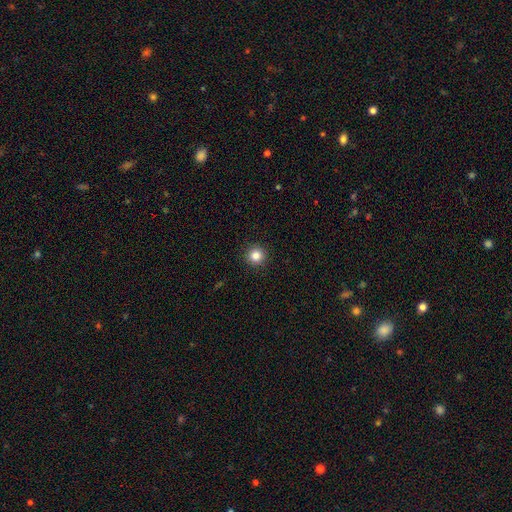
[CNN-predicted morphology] A smooth galaxy with no disk features (84%) that is round (95%). Merging: none (93%).